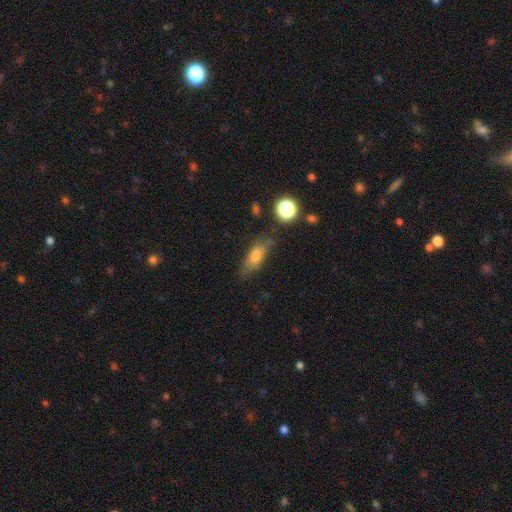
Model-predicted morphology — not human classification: A smooth galaxy with no disk features (69%) that is in between round and cigar-shaped (65%). Merging: none (69%).